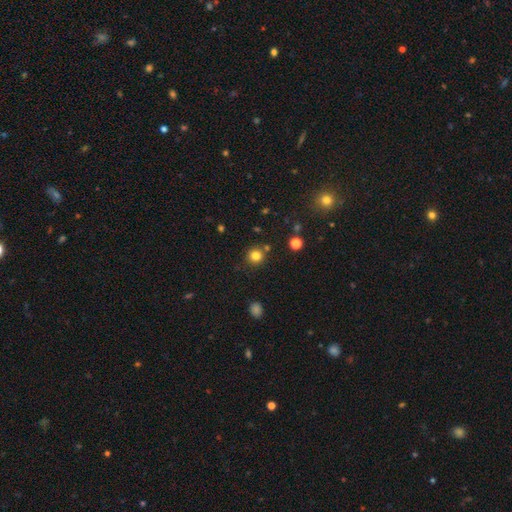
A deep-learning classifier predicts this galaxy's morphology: This is clearly a smooth galaxy (81%). How rounded: clearly round (91%). Merging: clearly none (82%).